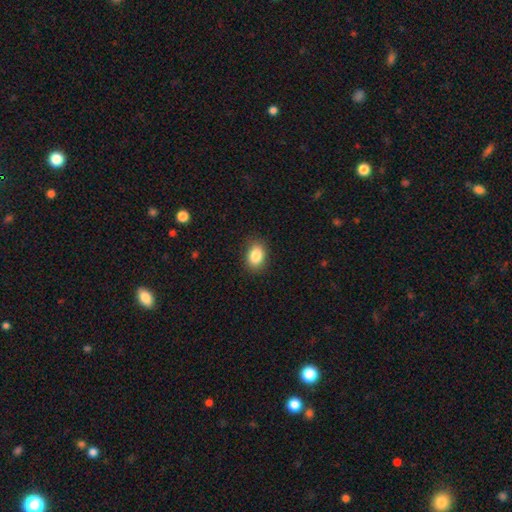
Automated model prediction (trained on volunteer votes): Smooth or featured? smooth (86%)
How rounded? in between (72%)
Merging? none (86%)